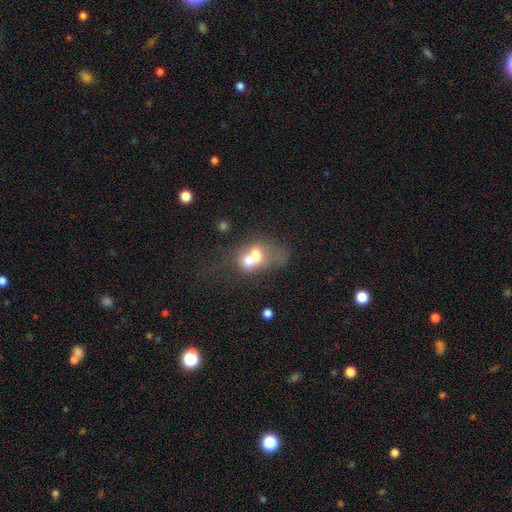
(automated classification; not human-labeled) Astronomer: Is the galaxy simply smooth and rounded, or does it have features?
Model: smooth — 58%.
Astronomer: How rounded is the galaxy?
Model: in between — 52% (runner-up: round, 47%).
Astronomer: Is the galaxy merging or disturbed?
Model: merger — 72%.